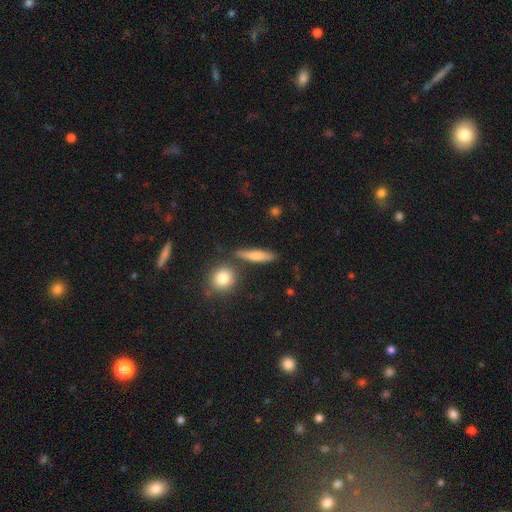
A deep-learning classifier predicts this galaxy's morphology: smooth 57%, featured or disk 32%, star or artifact 11%. Down the decision tree: how rounded — cigar-shaped (72%); merging — none (79%).